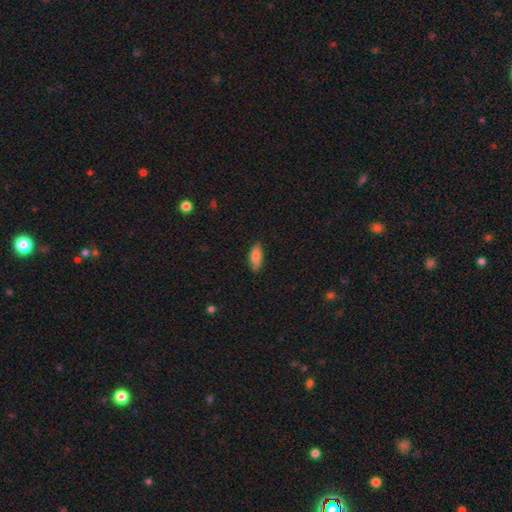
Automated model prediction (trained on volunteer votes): This is clearly a smooth galaxy (80%). How rounded: likely in between (74%). Merging: likely none (75%).